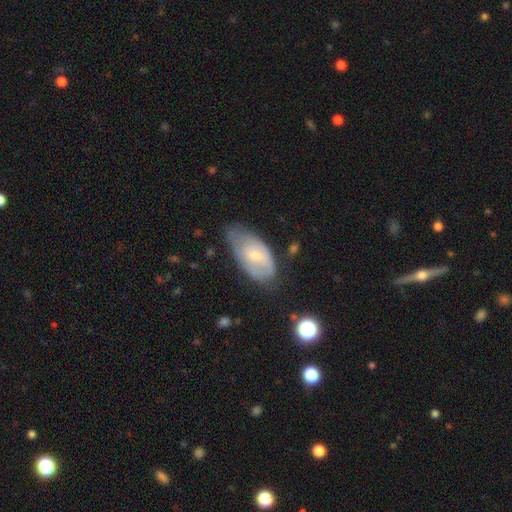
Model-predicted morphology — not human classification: Q: Smooth or featured?
A: smooth (54%); runner-up: featured or disk (40%)
Q: How rounded?
A: in between (93%); runner-up: cigar-shaped (4%)
Q: Merging?
A: none (44%); runner-up: minor disturbance (38%)